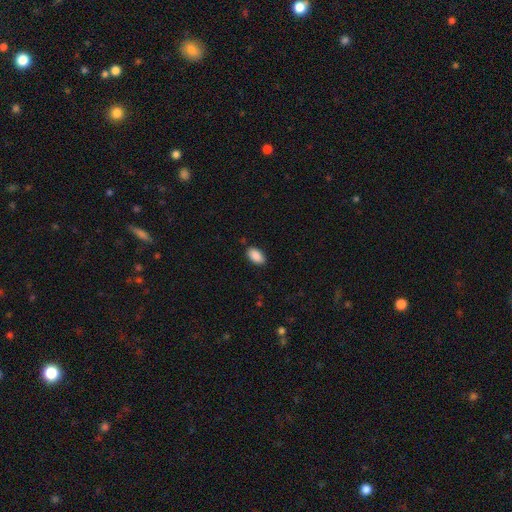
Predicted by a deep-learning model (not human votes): This is clearly a smooth galaxy (90%). How rounded: clearly in between (94%). Merging: clearly none (86%).